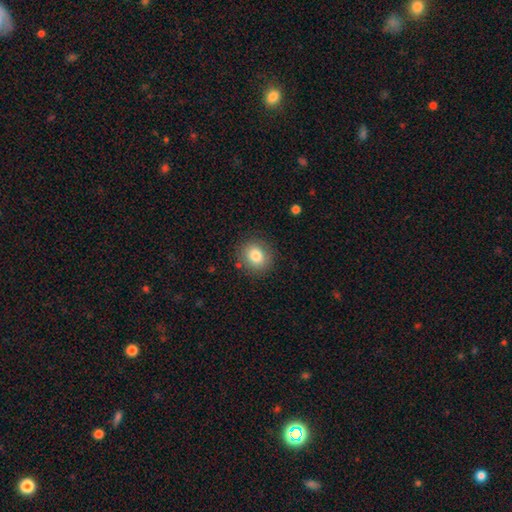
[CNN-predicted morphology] type=smooth (81%); roundness=round (80%); merging=none (87%).